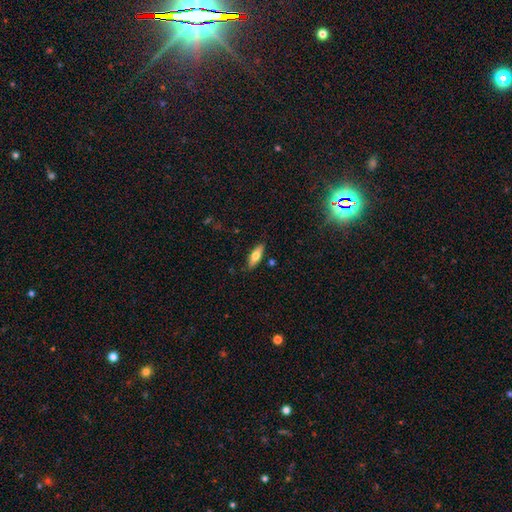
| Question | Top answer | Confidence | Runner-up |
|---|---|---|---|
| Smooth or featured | smooth | 78% | featured or disk (18%) |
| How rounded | in between | 61% | cigar-shaped (39%) |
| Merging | none | 82% | minor disturbance (18%) |